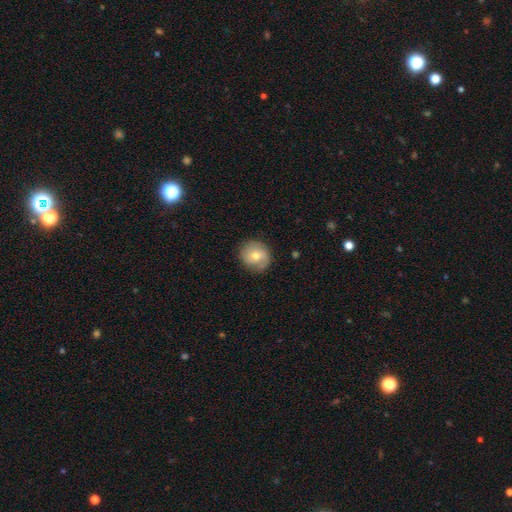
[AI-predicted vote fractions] smooth_or_featured: smooth (p=0.62) [alt: featured or disk p=0.30]
how_rounded: round (p=0.83) [alt: in between p=0.16]
merging: none (p=0.79) [alt: minor disturbance p=0.16]